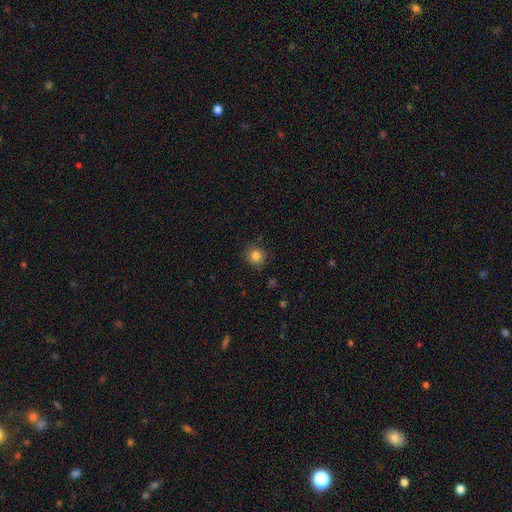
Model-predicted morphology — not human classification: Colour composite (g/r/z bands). It shows a smooth galaxy with no disk features (84%) that is round (92%). Merging: none (87%).